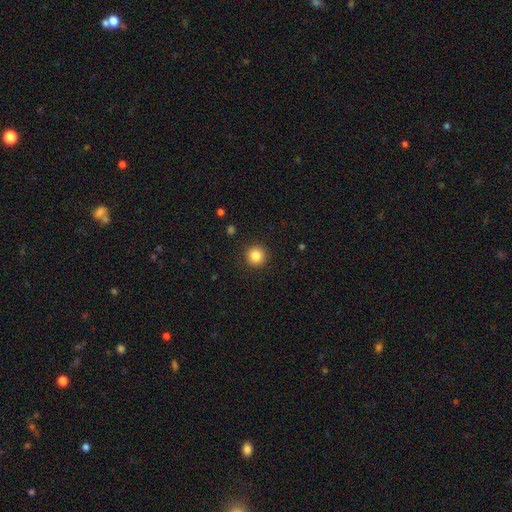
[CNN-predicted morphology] Smooth or featured? Predicted: smooth (p=0.85). How rounded? Predicted: round (p=0.95). Merging? Predicted: none (p=0.92).